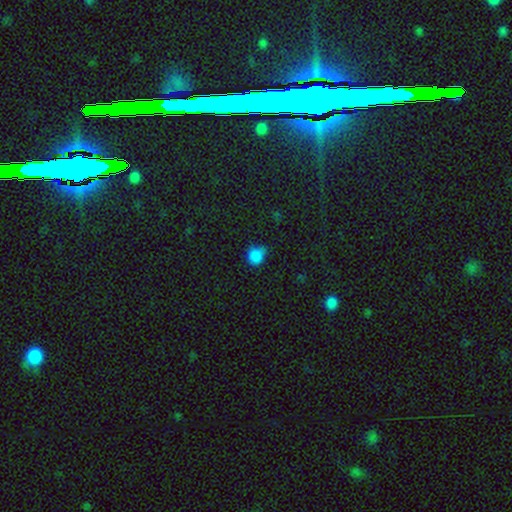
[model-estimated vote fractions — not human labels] Smooth or featured? smooth (83%)
How rounded? round (75%)
Merging? none (58%)